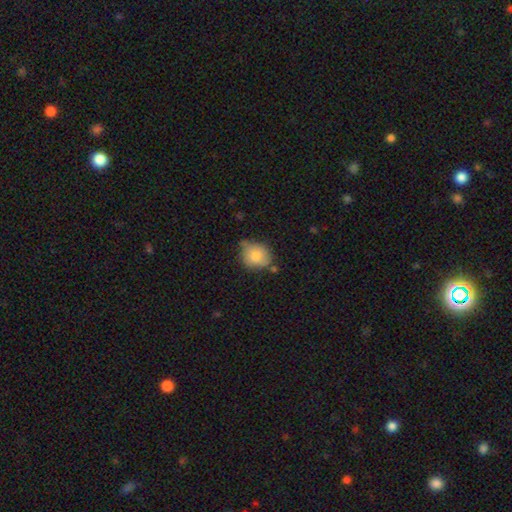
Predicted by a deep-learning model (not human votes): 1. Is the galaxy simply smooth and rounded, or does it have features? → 81% smooth, 11% featured or disk, 8% star or artifact.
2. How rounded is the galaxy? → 71% round, 28% in between, 1% cigar-shaped.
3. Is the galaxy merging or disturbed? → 58% none, 28% minor disturbance, 8% merger, 6% major disturbance.